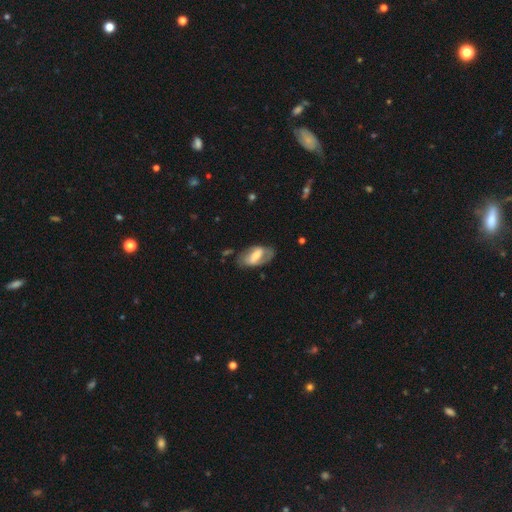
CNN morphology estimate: Smooth or featured? featured or disk (57%)
Edge-on disk? no (91%)
Bar? strong (50%)
Spiral arms? yes (55%)
Bulge size? moderate (46%)
Merging? none (66%)